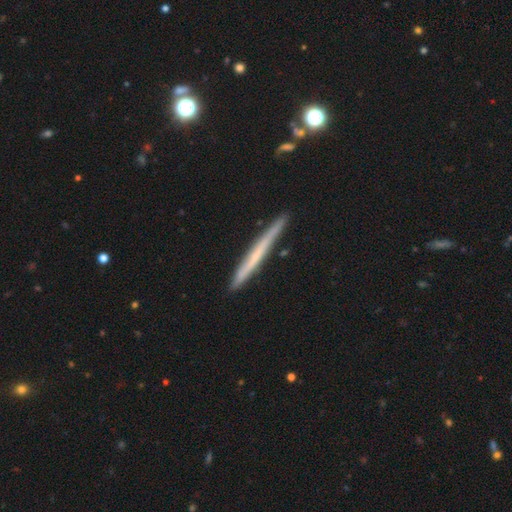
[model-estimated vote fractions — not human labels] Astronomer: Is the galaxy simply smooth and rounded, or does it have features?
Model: featured or disk — 52% (runner-up: smooth, 42%).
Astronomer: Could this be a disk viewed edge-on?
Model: yes — 97%.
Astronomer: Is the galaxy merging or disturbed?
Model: none — 89%.